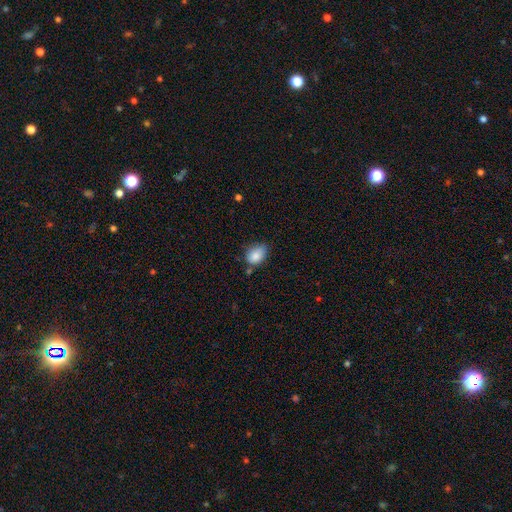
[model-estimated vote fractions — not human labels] Q: Smooth or featured?
A: smooth (84%); runner-up: star or artifact (8%)
Q: How rounded?
A: in between (77%); runner-up: round (22%)
Q: Merging?
A: none (57%); runner-up: minor disturbance (31%)